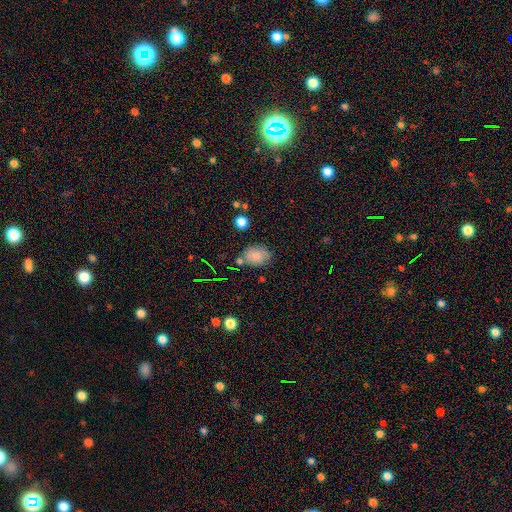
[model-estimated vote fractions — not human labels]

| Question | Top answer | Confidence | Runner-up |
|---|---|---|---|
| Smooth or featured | smooth | 78% | star or artifact (12%) |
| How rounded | in between | 63% | round (35%) |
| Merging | none | 69% | minor disturbance (19%) |